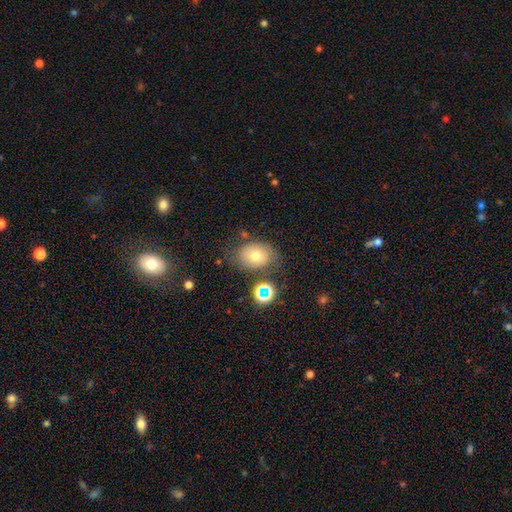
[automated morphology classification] smooth_or_featured: smooth (p=0.66) [alt: featured or disk p=0.20]
how_rounded: in between (p=0.61) [alt: round p=0.38]
merging: none (p=0.64) [alt: minor disturbance p=0.21]